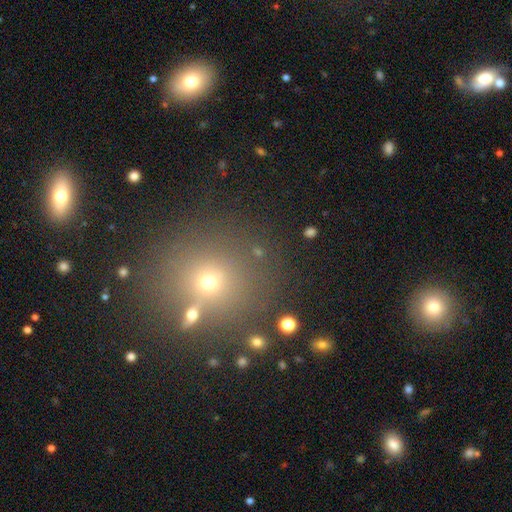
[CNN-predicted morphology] type=smooth (59%); roundness=round (87%); merging=none (79%).